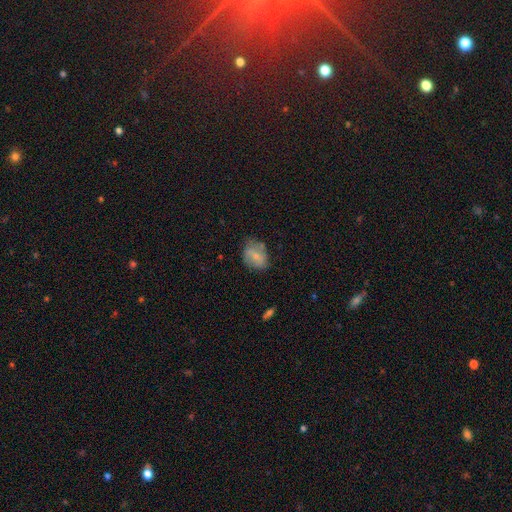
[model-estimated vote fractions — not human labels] Smooth or featured? smooth (65%)
How rounded? in between (63%)
Merging? none (62%)